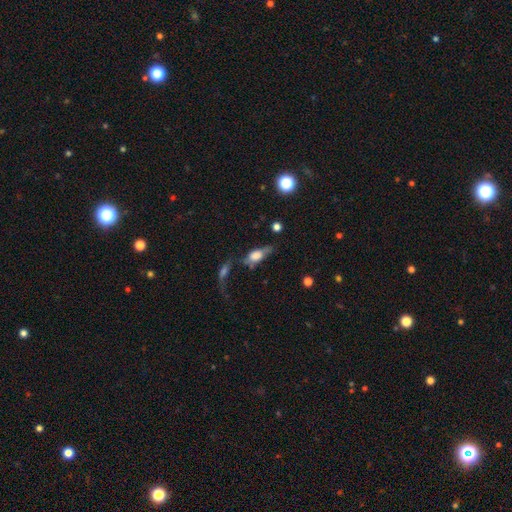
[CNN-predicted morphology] This appears to be a smooth galaxy with no disk features (56%) that is in between round and cigar-shaped (76%). Merging: major disturbance (29%, tied with none).